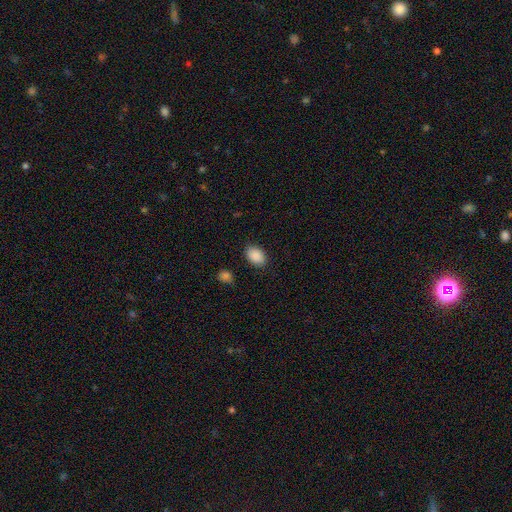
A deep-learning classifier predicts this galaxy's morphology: The model was most divided on "how rounded": in between: 82%, round: 17%, cigar-shaped: 1%. More confident: smooth or featured — smooth (90%); merging — none (84%).